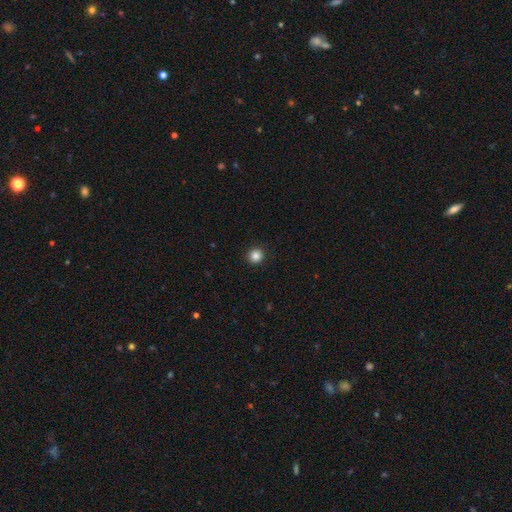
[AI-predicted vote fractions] smooth 85%, star or artifact 11%, featured or disk 4%. Down the decision tree: how rounded — round (95%); merging — none (93%).